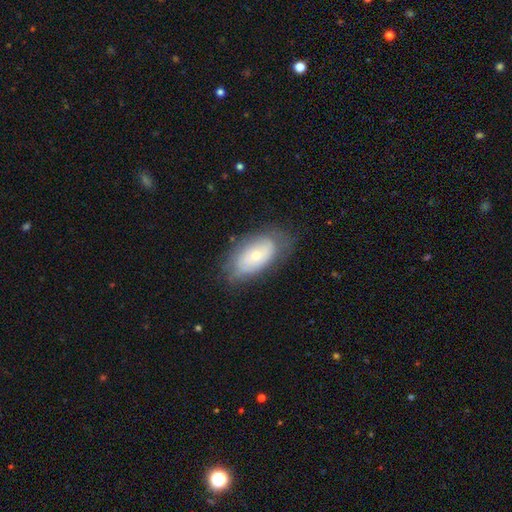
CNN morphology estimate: Smooth or featured? smooth (47%)
Merging? none (71%)